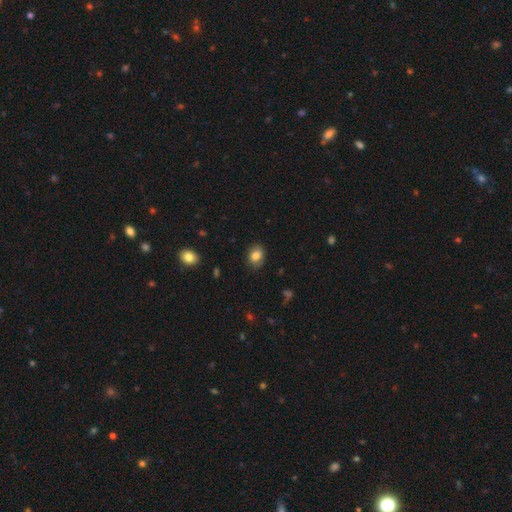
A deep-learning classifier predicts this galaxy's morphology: Q: Smooth or featured?
A: smooth (83%); runner-up: star or artifact (9%)
Q: How rounded?
A: in between (59%); runner-up: round (40%)
Q: Merging?
A: none (83%); runner-up: minor disturbance (13%)